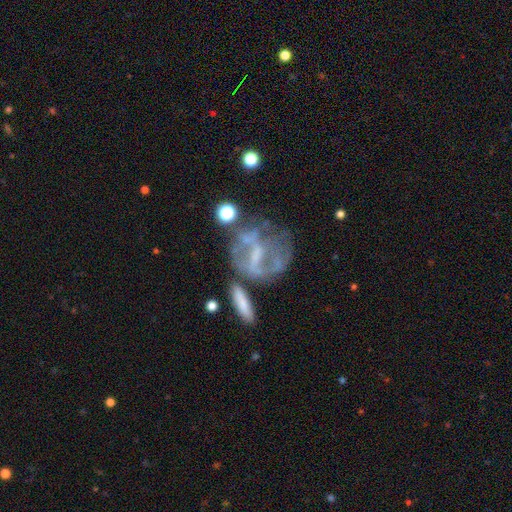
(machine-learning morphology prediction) Q: Smooth or featured?
A: featured or disk (65%); runner-up: smooth (21%)
Q: Edge-on disk?
A: no (94%); runner-up: yes (6%)
Q: Bar?
A: no (44%); runner-up: weak (33%)
Q: Spiral arms?
A: no (64%); runner-up: yes (36%)
Q: Bulge size?
A: none (46%); runner-up: small (29%)
Q: Merging?
A: none (39%); runner-up: major disturbance (29%)